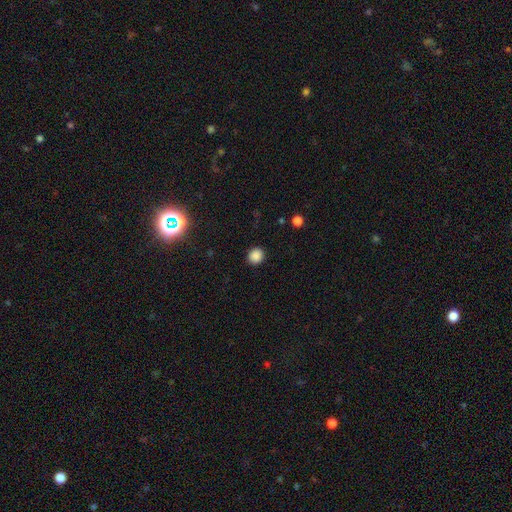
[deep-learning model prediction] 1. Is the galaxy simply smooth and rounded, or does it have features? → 86% smooth, 11% star or artifact, 3% featured or disk.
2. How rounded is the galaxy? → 82% round, 17% in between, 1% cigar-shaped.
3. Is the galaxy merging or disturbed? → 91% none, 6% minor disturbance, 2% major disturbance, 1% merger.